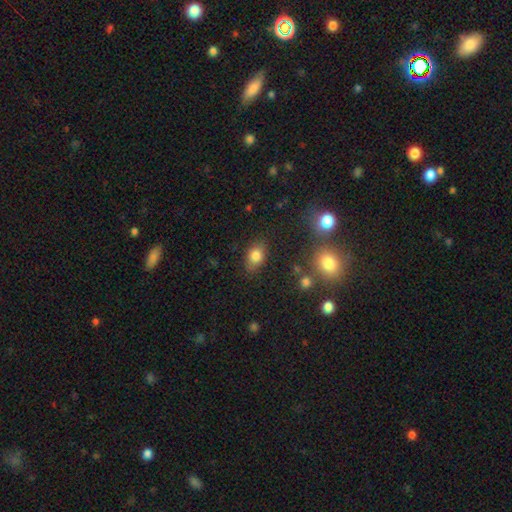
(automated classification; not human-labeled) smooth 81%, star or artifact 10%, featured or disk 9%. Down the decision tree: how rounded — in between (75%); merging — none (79%).